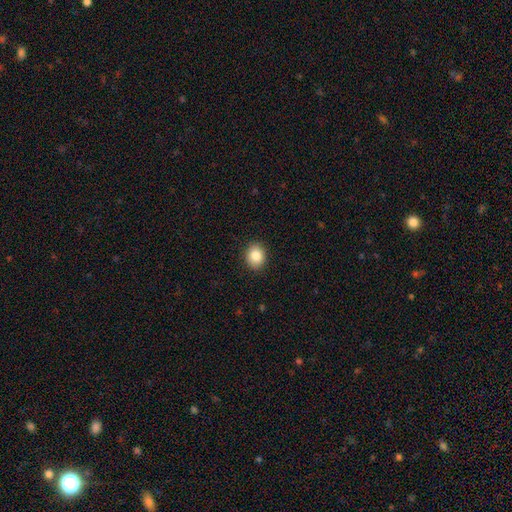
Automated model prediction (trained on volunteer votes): The model was most divided on "how rounded": round: 60%, in between: 39%, cigar-shaped: 1%. More confident: merging — none (91%); smooth or featured — smooth (86%).